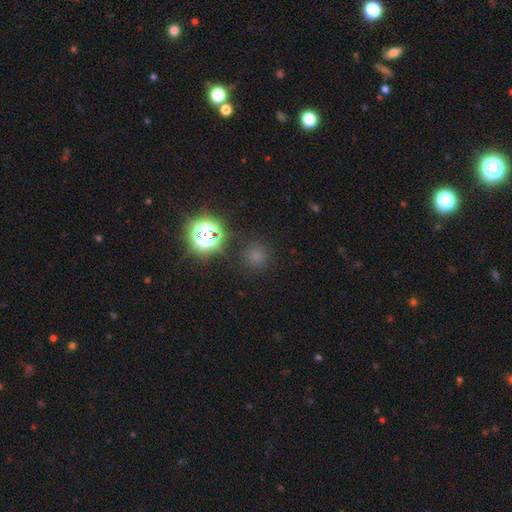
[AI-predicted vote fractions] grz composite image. It shows a smooth galaxy with no disk features (64%) that is round (91%). Merging: none (83%).